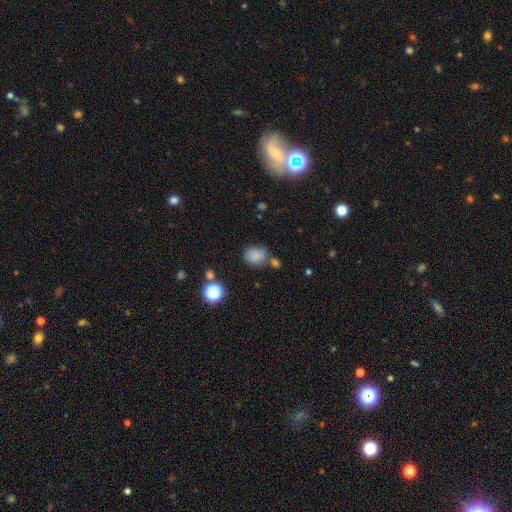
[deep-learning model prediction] This is likely a smooth galaxy (79%). How rounded: likely round (67%). Merging: likely none (64%).